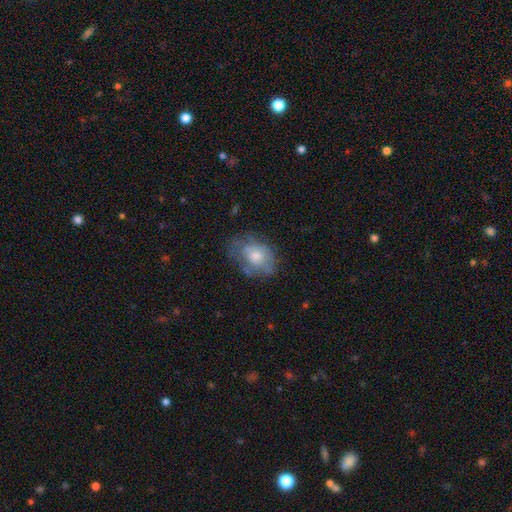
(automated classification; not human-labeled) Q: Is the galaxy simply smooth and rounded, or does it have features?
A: smooth — 51%.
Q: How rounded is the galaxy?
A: in between — 71%.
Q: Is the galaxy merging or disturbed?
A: none — 57%.